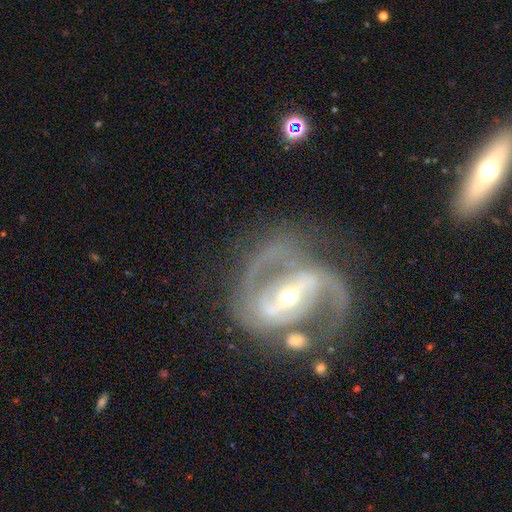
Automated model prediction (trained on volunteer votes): smooth_or_featured: featured or disk (p=0.90) [alt: star or artifact p=0.06]
disk_edge_on: no (p=0.97) [alt: yes p=0.03]
bar: strong (p=0.62) [alt: weak p=0.27]
has_spiral_arms: yes (p=0.96) [alt: no p=0.04]
spiral_winding: medium (p=0.56) [alt: tight p=0.26]
spiral_arm_count: 2 (p=0.84) [alt: 3 p=0.05]
bulge_size: small (p=0.49) [alt: moderate p=0.47]
merging: none (p=0.56) [alt: minor disturbance p=0.18]